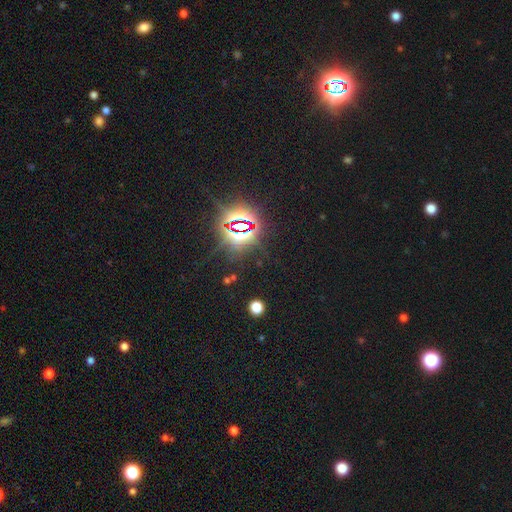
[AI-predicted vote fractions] Smooth or featured: star or artifact — 83% (smooth — 11%)